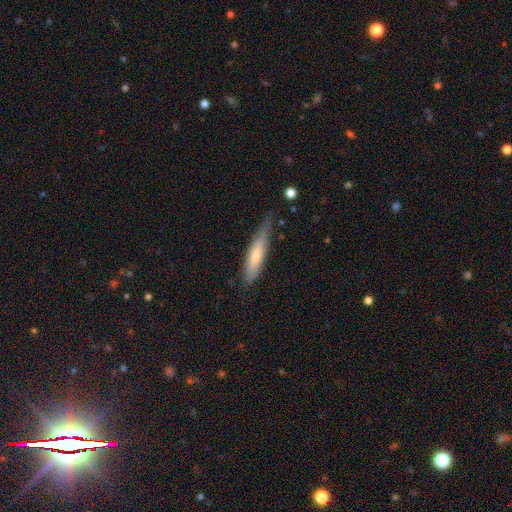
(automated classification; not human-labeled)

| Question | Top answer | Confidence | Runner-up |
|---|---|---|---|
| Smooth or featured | smooth | 62% | featured or disk (32%) |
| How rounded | cigar-shaped | 81% | in between (18%) |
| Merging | none | 67% | minor disturbance (26%) |